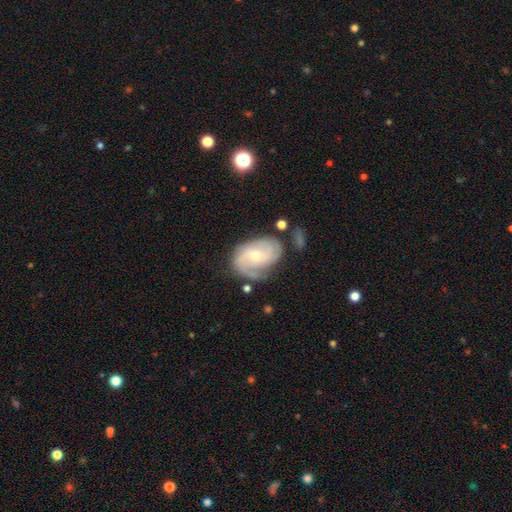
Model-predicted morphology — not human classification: Smooth or featured? featured or disk (81%)
Edge-on disk? no (97%)
Bar? no (61%)
Spiral arms? yes (95%)
Spiral winding? tight (45%)
Spiral arm count? 2 (41%)
Bulge size? small (56%)
Merging? none (65%)